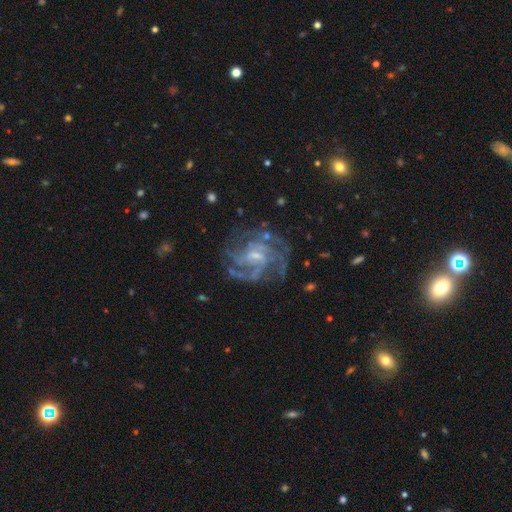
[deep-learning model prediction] A featured or disk galaxy (87%) with a weak bar (53%), tight (47%) spiral arms (95%) and a small central bulge (59%). Merging: none (69%).